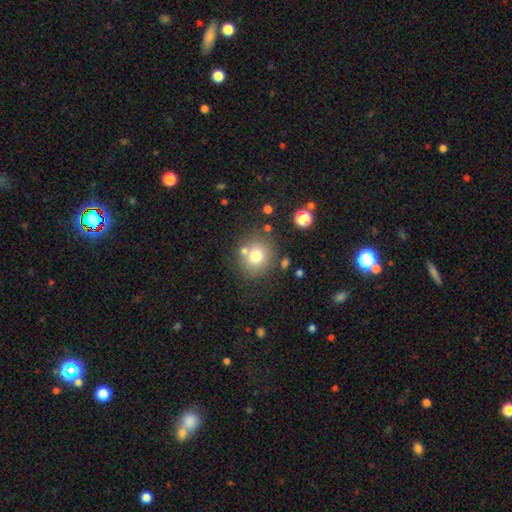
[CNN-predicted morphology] type=smooth (74%); roundness=round (83%); merging=none (73%).